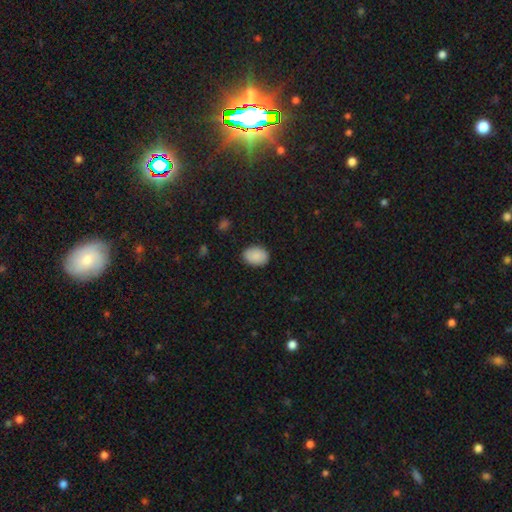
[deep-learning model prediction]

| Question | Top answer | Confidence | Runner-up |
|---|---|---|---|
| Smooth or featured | smooth | 89% | star or artifact (7%) |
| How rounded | in between | 78% | round (21%) |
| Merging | none | 87% | minor disturbance (10%) |